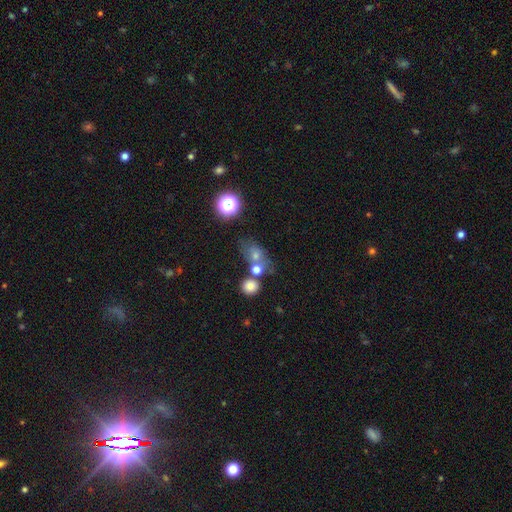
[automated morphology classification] This appears to be a smooth galaxy with no disk features (62%) that is in between round and cigar-shaped (63%). Merging: none (49%).